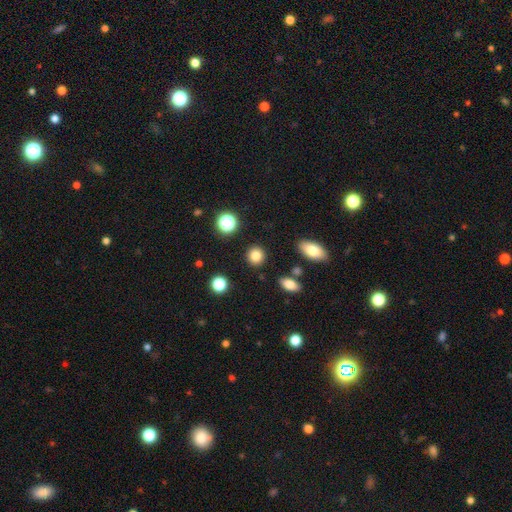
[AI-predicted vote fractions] The model was most divided on "smooth or featured": smooth: 83%, star or artifact: 11%, featured or disk: 6%. More confident: merging — none (89%); how rounded — round (86%).